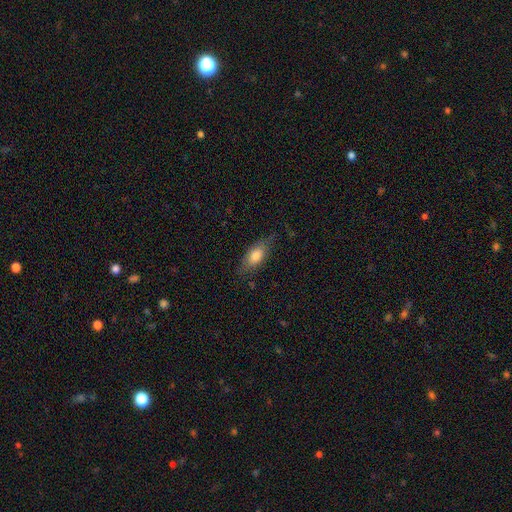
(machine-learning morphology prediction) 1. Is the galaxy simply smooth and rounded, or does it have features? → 74% smooth, 20% featured or disk, 7% star or artifact.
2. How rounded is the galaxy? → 79% in between, 18% cigar-shaped, 3% round.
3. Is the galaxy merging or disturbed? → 70% none, 22% minor disturbance, 6% major disturbance, 1% merger.